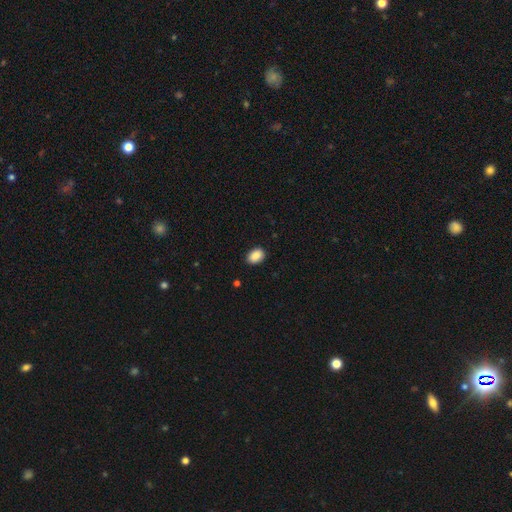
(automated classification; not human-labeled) Smooth or featured? smooth (90%)
How rounded? in between (83%)
Merging? none (88%)